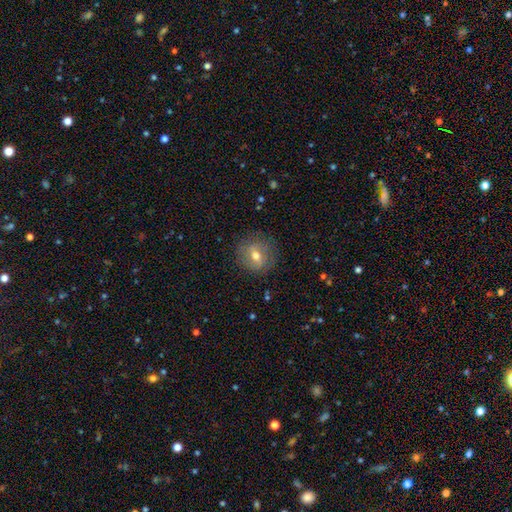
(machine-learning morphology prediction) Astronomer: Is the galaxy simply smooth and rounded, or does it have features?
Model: smooth — 52% (runner-up: featured or disk, 38%).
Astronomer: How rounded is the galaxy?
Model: round — 81%.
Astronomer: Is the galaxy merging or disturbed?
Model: none — 81%.